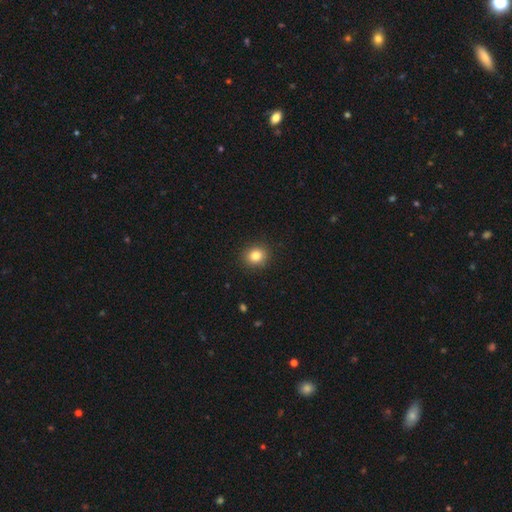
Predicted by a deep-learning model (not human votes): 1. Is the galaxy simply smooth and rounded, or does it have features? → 83% smooth, 11% star or artifact, 6% featured or disk.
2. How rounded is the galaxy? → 78% round, 21% in between, 1% cigar-shaped.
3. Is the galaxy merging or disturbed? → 91% none, 6% minor disturbance, 2% major disturbance, 1% merger.